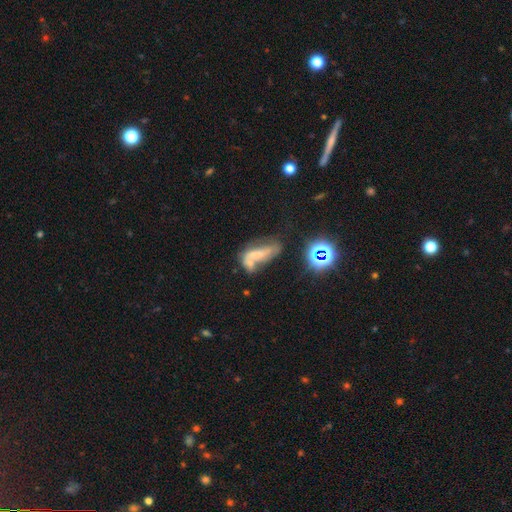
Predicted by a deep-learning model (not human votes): A featured or disk galaxy (42%). Merging: merger (31%).